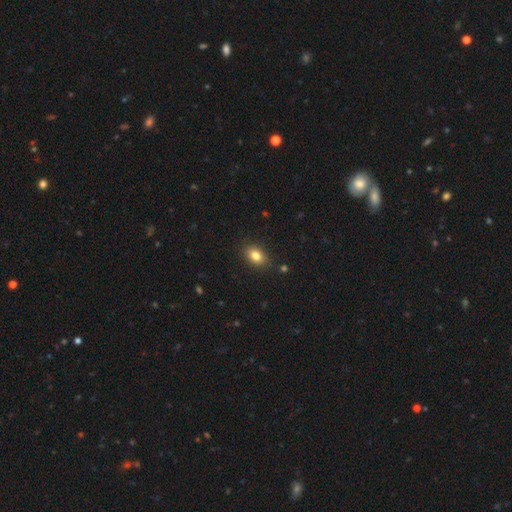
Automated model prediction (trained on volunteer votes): This appears to be a smooth galaxy with no disk features (82%) that is in between round and cigar-shaped (80%). Merging: none (86%).